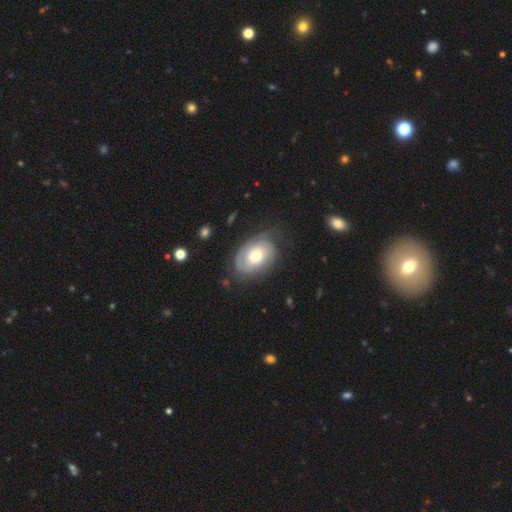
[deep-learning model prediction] smooth-or-featured: featured or disk: 68% | smooth: 26% | star or artifact: 6%
  disk-edge-on: no: 96% | yes: 4%
    bar: no: 75% | weak: 21% | strong: 4%
    has-spiral-arms: yes: 85% | no: 15%
      spiral-winding: tight: 60% | medium: 28% | loose: 12%
      spiral-arm-count: 2: 44% | can't tell: 29% | 1: 16% | 3: 7% | 4: 2% | more than 4: 2%
    bulge-size: moderate: 66% | large: 19% | small: 12% | dominant: 2% | none: 1%
  merging: none: 68% | minor disturbance: 21% | major disturbance: 10% | merger: 1%